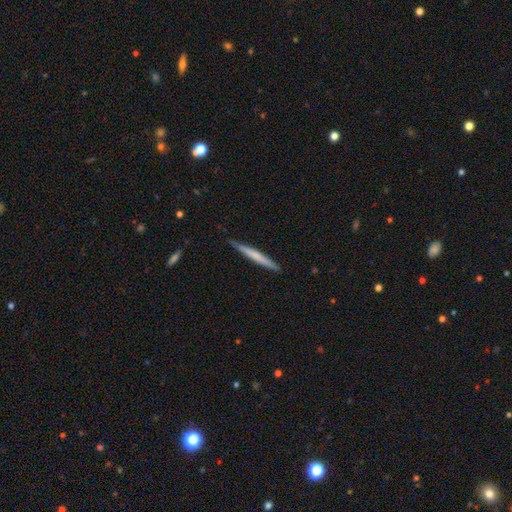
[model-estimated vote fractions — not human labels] Q: Smooth or featured?
A: smooth (53%); runner-up: featured or disk (42%)
Q: How rounded?
A: cigar-shaped (97%); runner-up: in between (2%)
Q: Merging?
A: none (86%); runner-up: minor disturbance (11%)